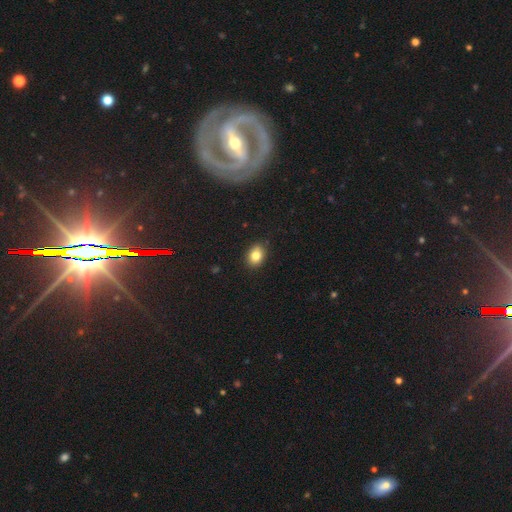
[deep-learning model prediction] This is clearly a smooth galaxy (83%). How rounded: likely in between (61%). Merging: clearly none (86%).